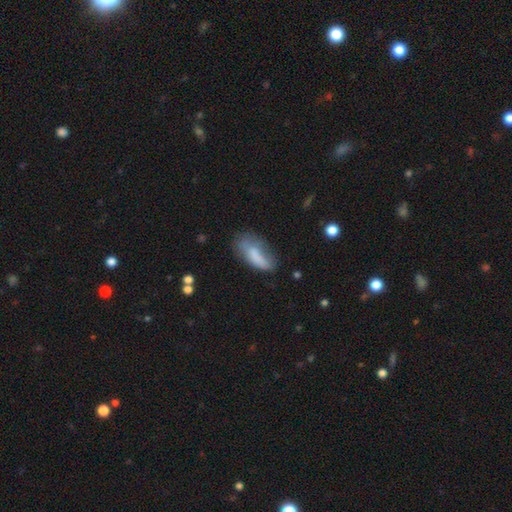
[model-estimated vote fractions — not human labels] The model was most divided on "merging": none: 39%, minor disturbance: 33%, major disturbance: 24%, merger: 5%. More confident: how rounded — in between (83%); smooth or featured — smooth (72%).